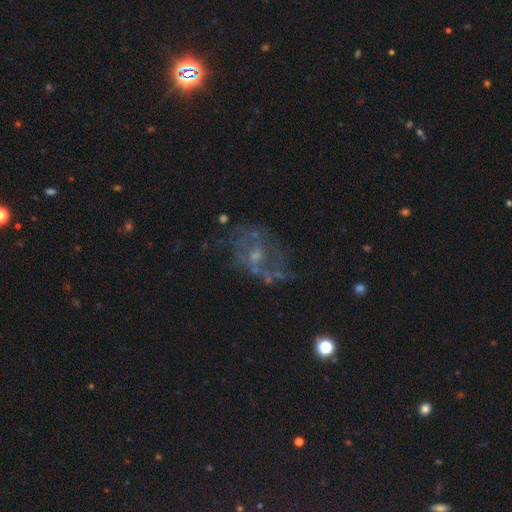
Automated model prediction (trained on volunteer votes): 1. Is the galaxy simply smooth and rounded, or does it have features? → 66% featured or disk, 17% star or artifact, 17% smooth.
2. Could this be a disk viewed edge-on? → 97% no, 3% yes.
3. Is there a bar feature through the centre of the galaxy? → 66% no, 28% weak, 5% strong.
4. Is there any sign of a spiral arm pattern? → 55% yes, 45% no.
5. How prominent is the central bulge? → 51% small, 33% moderate, 12% none, 2% large, 1% dominant.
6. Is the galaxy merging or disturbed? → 52% none, 23% major disturbance, 20% minor disturbance, 5% merger.